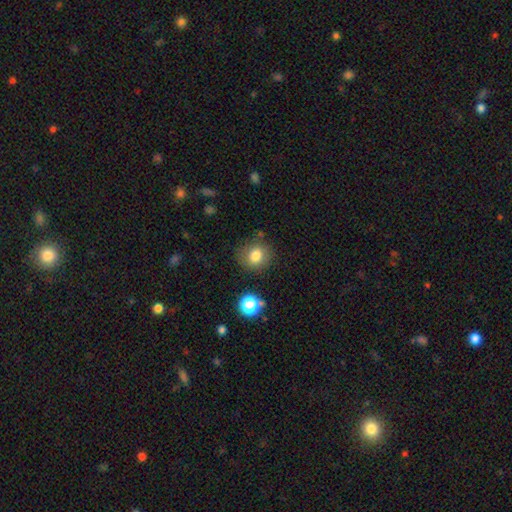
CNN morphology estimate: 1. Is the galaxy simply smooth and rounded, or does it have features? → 80% smooth, 11% star or artifact, 8% featured or disk.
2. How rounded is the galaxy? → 74% round, 25% in between, 1% cigar-shaped.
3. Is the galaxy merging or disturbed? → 78% none, 14% minor disturbance, 5% major disturbance, 3% merger.